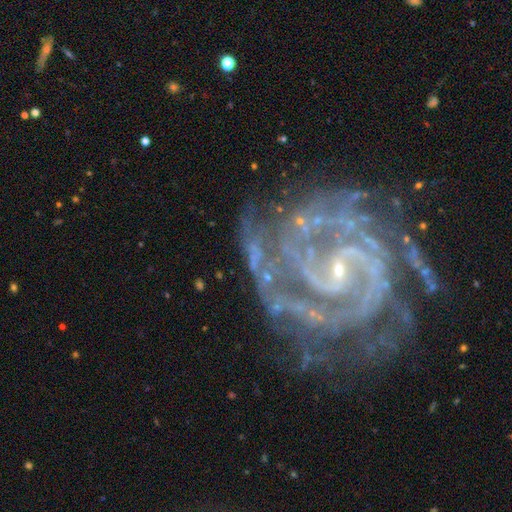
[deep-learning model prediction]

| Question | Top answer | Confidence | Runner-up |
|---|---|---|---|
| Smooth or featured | featured or disk | 90% | star or artifact (6%) |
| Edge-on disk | no | 98% | yes (2%) |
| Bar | weak | 43% | no (32%) |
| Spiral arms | yes | 96% | no (4%) |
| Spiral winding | tight | 49% | medium (41%) |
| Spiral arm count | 2 | 49% | 3 (15%) |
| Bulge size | small | 81% | moderate (12%) |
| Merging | none | 56% | minor disturbance (21%) |